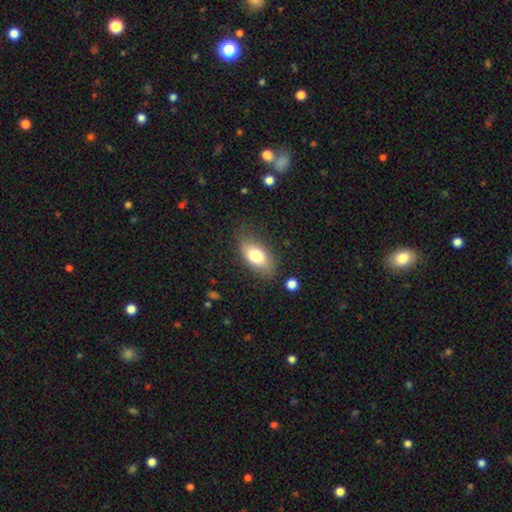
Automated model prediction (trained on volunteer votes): smooth-or-featured: smooth: 76% | featured or disk: 17% | star or artifact: 7%
  how-rounded: in between: 89% | cigar-shaped: 6% | round: 5%
  merging: none: 75% | minor disturbance: 18% | major disturbance: 5% | merger: 2%